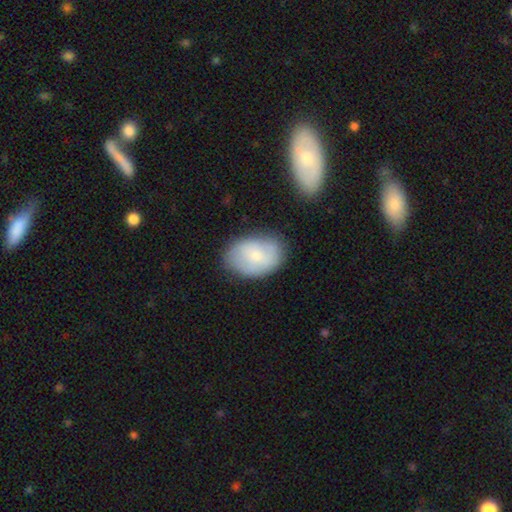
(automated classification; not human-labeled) Q: Smooth or featured?
A: smooth (59%); runner-up: featured or disk (34%)
Q: How rounded?
A: in between (81%); runner-up: round (18%)
Q: Merging?
A: none (72%); runner-up: minor disturbance (20%)